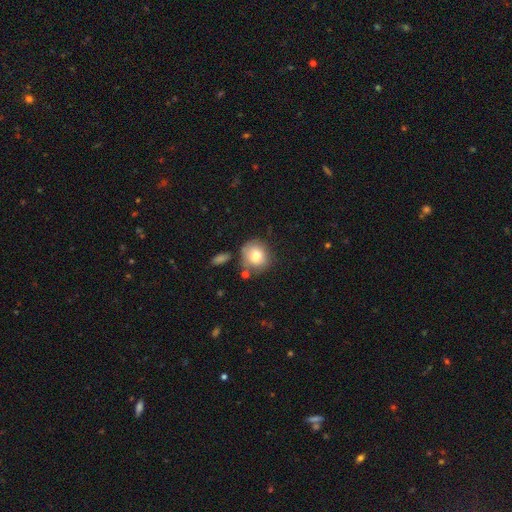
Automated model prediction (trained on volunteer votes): Smooth or featured?
  - smooth: 78% *
  - featured or disk: 14%
  - star or artifact: 9%
How rounded?
  - round: 84% *
  - in between: 15%
  - cigar-shaped: 1%
Merging?
  - none: 68% *
  - minor disturbance: 17%
  - merger: 10%
  - major disturbance: 5%